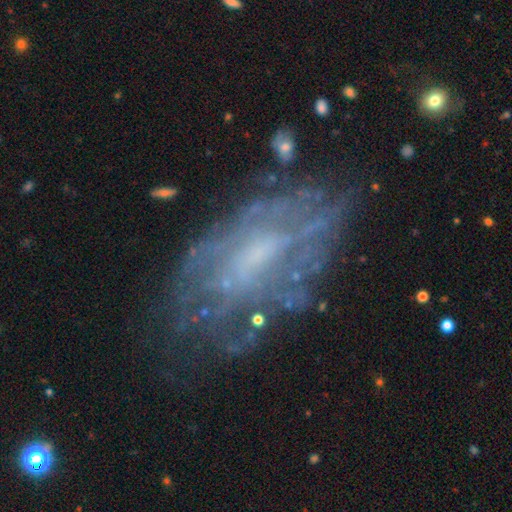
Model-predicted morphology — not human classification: Q: Smooth or featured?
A: featured or disk (72%); runner-up: smooth (19%)
Q: Edge-on disk?
A: no (93%); runner-up: yes (7%)
Q: Bar?
A: no (50%); runner-up: weak (40%)
Q: Spiral arms?
A: yes (56%); runner-up: no (44%)
Q: Bulge size?
A: small (40%); runner-up: none (28%)
Q: Merging?
A: none (63%); runner-up: minor disturbance (21%)